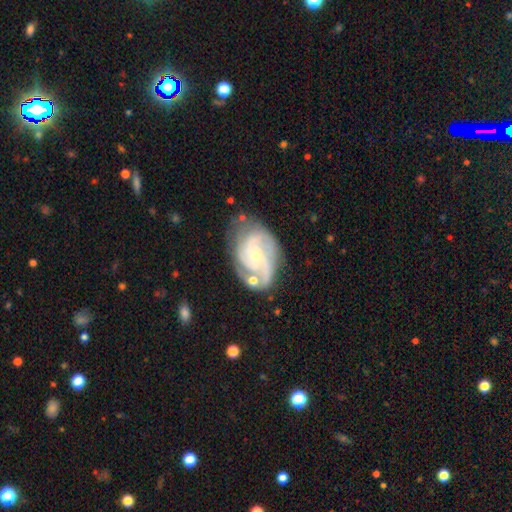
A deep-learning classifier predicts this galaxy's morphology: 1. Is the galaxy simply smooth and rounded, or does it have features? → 86% featured or disk, 9% smooth, 5% star or artifact.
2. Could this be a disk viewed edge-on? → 97% no, 3% yes.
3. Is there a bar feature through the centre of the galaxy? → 63% no, 30% weak, 7% strong.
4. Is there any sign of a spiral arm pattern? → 96% yes, 4% no.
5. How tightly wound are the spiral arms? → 51% tight, 40% medium, 10% loose.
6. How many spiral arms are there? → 36% 3, 28% 2, 18% can't tell, 9% 4, 5% 1, 4% more than 4.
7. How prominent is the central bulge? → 72% small, 24% moderate, 2% none, 1% large, 1% dominant.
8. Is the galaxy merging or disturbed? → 57% none, 23% minor disturbance, 12% major disturbance, 7% merger.